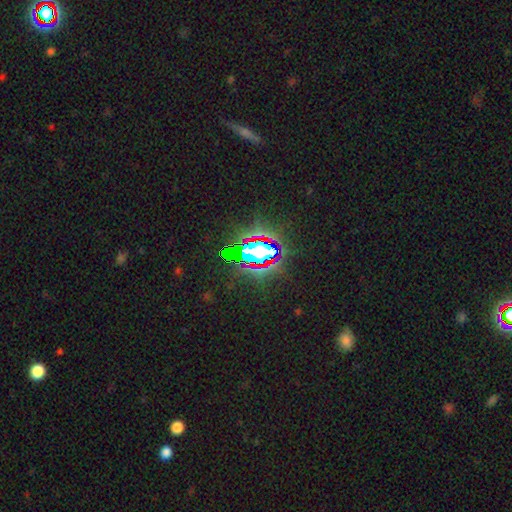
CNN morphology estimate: The model was most divided on "smooth or featured": star or artifact: 73%, smooth: 14%, featured or disk: 13%.